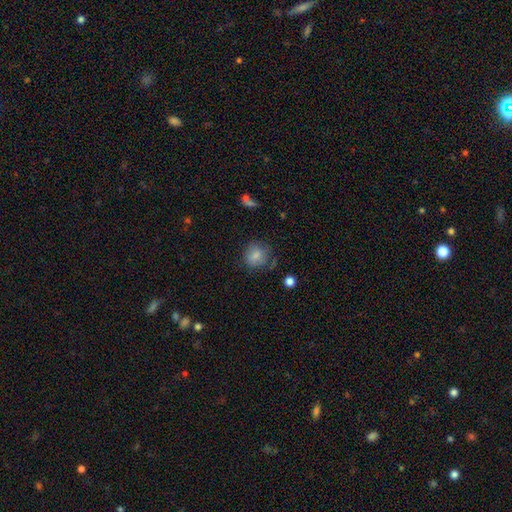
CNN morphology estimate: A smooth galaxy with no disk features (79%) that is round (77%).

Vote fractions:
- Smooth or featured? smooth: 79% / featured or disk: 11% / star or artifact: 10%
- How rounded? round: 77% / in between: 22% / cigar-shaped: 1%
- Merging? none: 65% / minor disturbance: 22% / major disturbance: 9% / merger: 3%